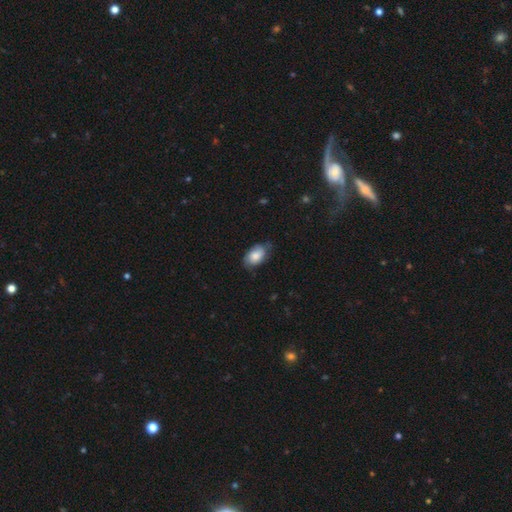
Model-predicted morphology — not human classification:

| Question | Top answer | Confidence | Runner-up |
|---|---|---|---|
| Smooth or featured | smooth | 72% | featured or disk (21%) |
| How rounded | in between | 92% | round (6%) |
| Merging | none | 64% | minor disturbance (29%) |